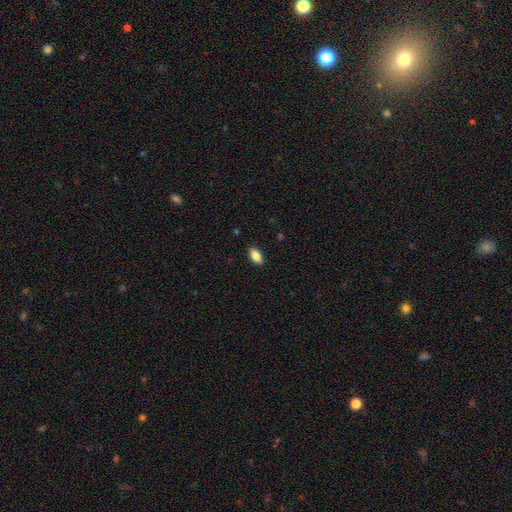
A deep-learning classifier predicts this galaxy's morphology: Smooth or featured: smooth — 84% (featured or disk — 9%)
How rounded: in between — 90% (cigar-shaped — 7%)
Merging: none — 89% (minor disturbance — 8%)